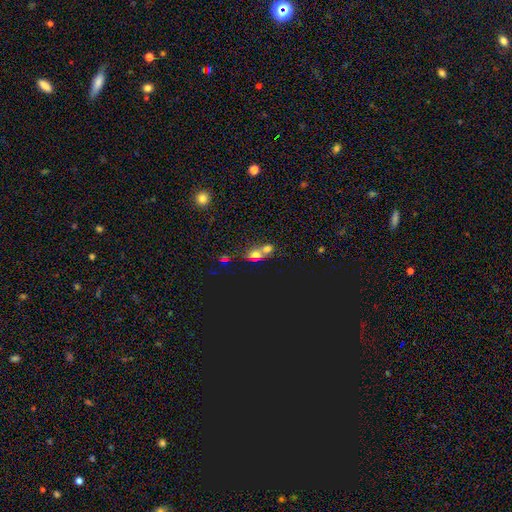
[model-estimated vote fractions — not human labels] smooth-or-featured: smooth: 54% | star or artifact: 30% | featured or disk: 16%
  how-rounded: in between: 51% | round: 45% | cigar-shaped: 4%
  merging: merger: 63% | none: 27% | minor disturbance: 6% | major disturbance: 4%